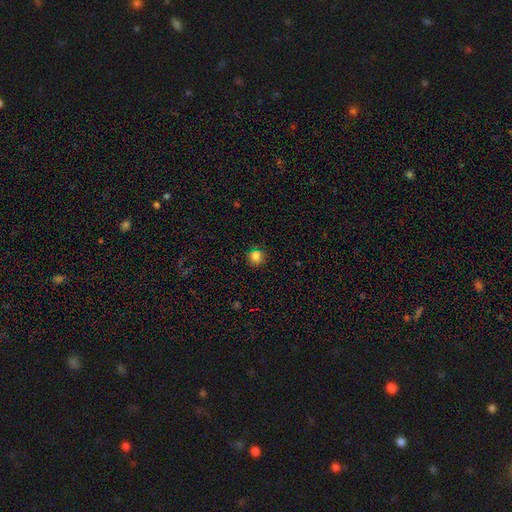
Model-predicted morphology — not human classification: Q: Smooth or featured?
A: smooth (83%); runner-up: star or artifact (13%)
Q: How rounded?
A: round (90%); runner-up: in between (9%)
Q: Merging?
A: none (87%); runner-up: minor disturbance (9%)